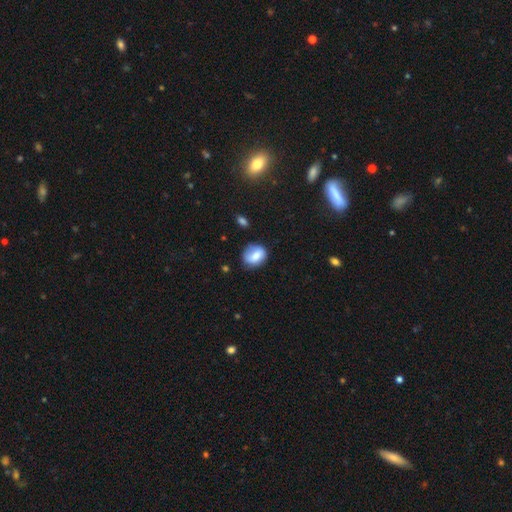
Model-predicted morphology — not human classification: type=smooth (73%); roundness=round (55%); merging=none (58%).